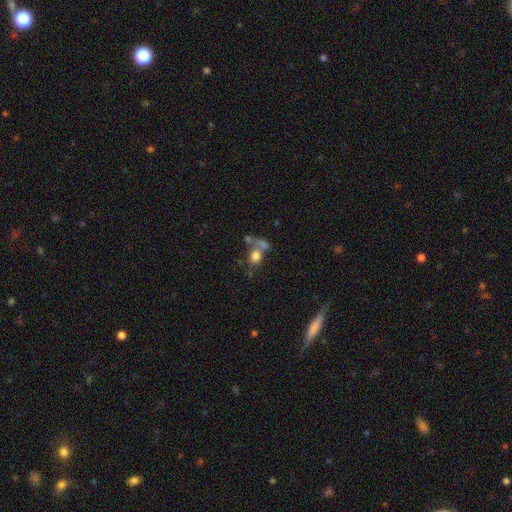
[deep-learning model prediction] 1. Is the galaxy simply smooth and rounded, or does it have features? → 73% smooth, 15% featured or disk, 13% star or artifact.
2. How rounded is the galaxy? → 66% round, 32% in between, 2% cigar-shaped.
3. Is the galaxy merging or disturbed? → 44% merger, 34% none, 13% major disturbance, 10% minor disturbance.